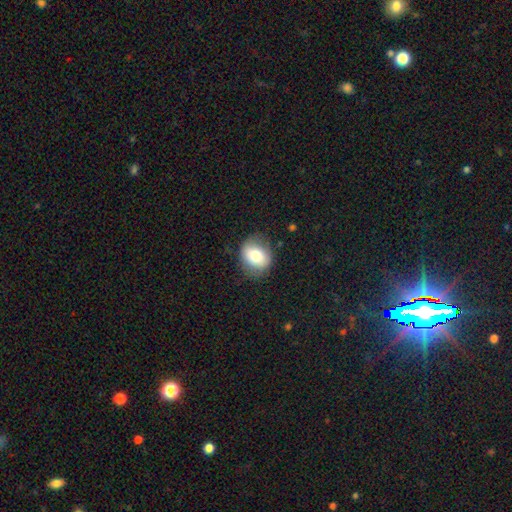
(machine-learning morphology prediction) smooth_or_featured: smooth (p=0.75) [alt: featured or disk p=0.17]
how_rounded: round (p=0.59) [alt: in between p=0.40]
merging: none (p=0.78) [alt: minor disturbance p=0.16]